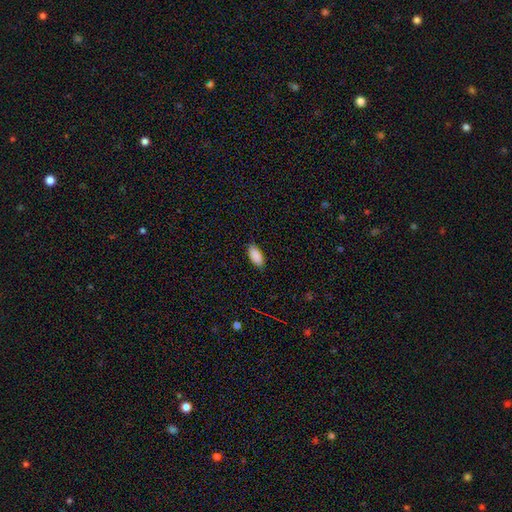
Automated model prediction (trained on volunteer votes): Q: Smooth or featured?
A: smooth (89%); runner-up: star or artifact (7%)
Q: How rounded?
A: in between (89%); runner-up: cigar-shaped (9%)
Q: Merging?
A: none (86%); runner-up: minor disturbance (11%)